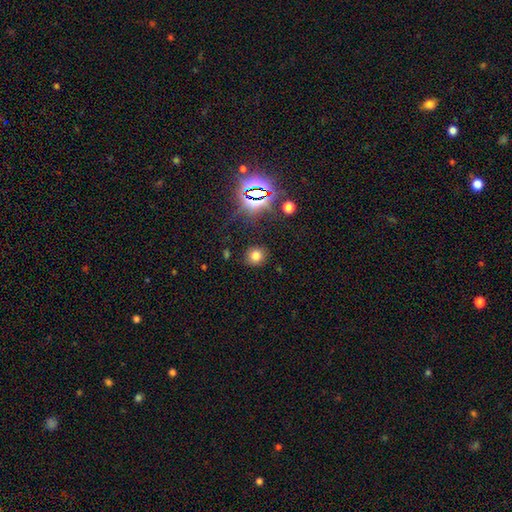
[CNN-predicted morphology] Smooth or featured?
  - smooth: 71% *
  - star or artifact: 21%
  - featured or disk: 7%
How rounded?
  - round: 86% *
  - in between: 13%
  - cigar-shaped: 1%
Merging?
  - none: 86% *
  - minor disturbance: 8%
  - major disturbance: 3%
  - merger: 2%